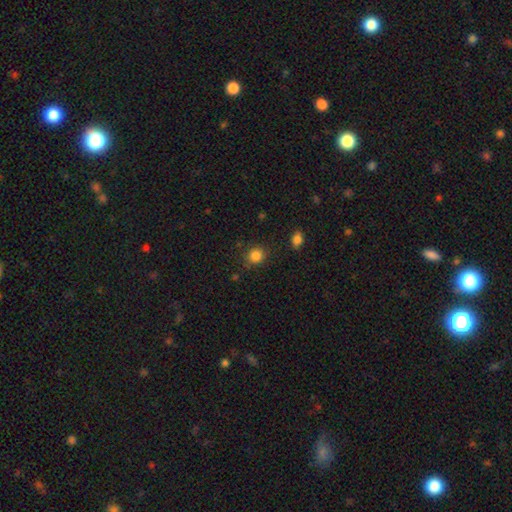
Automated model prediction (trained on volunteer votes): Smooth or featured: smooth — 84% (star or artifact — 12%)
How rounded: round — 83% (in between — 16%)
Merging: none — 82% (minor disturbance — 12%)